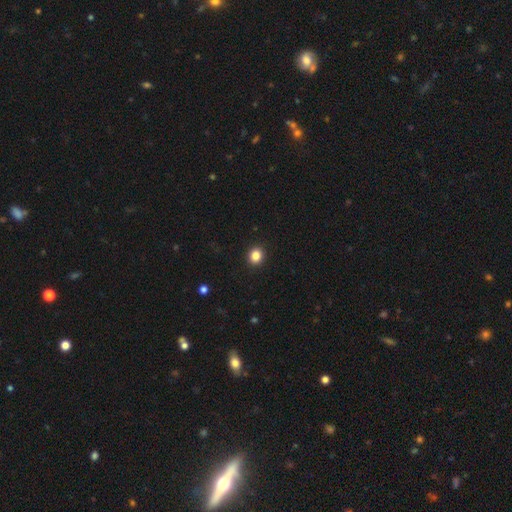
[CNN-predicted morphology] This appears to be a smooth galaxy with no disk features (85%) that is round (78%). Merging: none (92%).